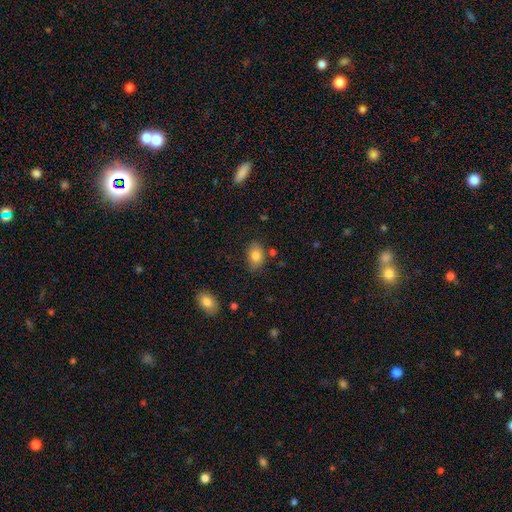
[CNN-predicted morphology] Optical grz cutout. It shows a smooth galaxy with no disk features (80%) that is in between round and cigar-shaped (79%). Merging: none (73%).